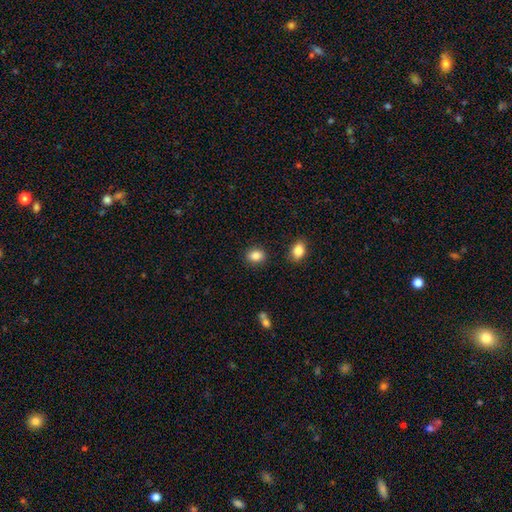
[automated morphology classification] Smooth or featured: smooth — 86% (star or artifact — 9%)
How rounded: in between — 57% (round — 41%)
Merging: none — 87% (minor disturbance — 8%)